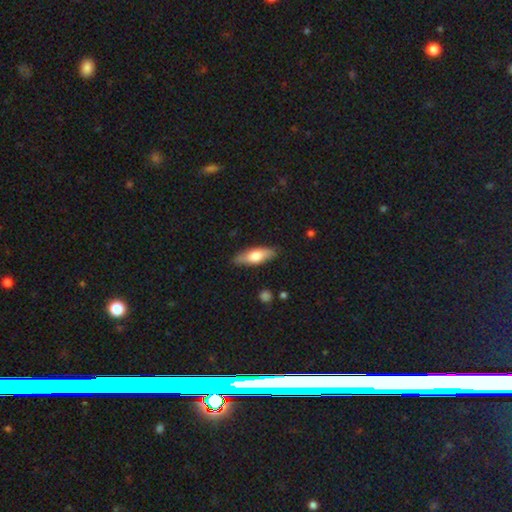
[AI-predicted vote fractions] Q: Smooth or featured?
A: smooth (64%); runner-up: featured or disk (31%)
Q: How rounded?
A: in between (56%); runner-up: cigar-shaped (41%)
Q: Merging?
A: none (86%); runner-up: minor disturbance (11%)